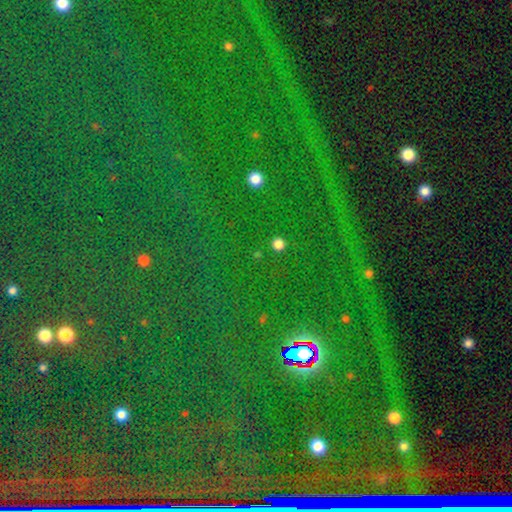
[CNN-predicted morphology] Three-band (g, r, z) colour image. It shows a star or artifact, not a galaxy (83%).